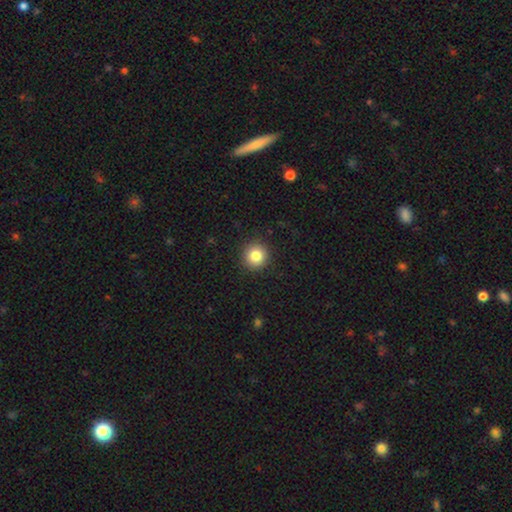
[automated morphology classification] smooth 84%, star or artifact 10%, featured or disk 6%. Down the decision tree: how rounded — round (93%); merging — none (91%).